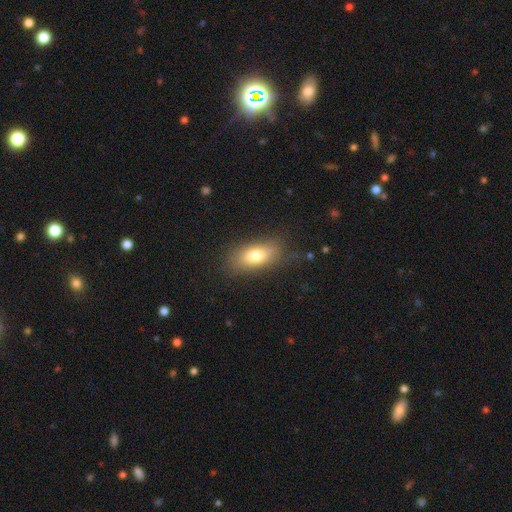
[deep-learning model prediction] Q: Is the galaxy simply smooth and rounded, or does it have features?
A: smooth — 76%.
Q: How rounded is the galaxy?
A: in between — 84%.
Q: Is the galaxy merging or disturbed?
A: none — 77%.